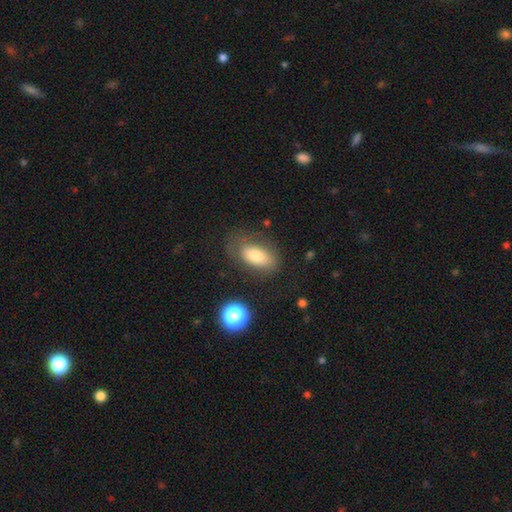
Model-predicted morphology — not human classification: Smooth or featured? smooth (74%)
How rounded? in between (90%)
Merging? none (66%)